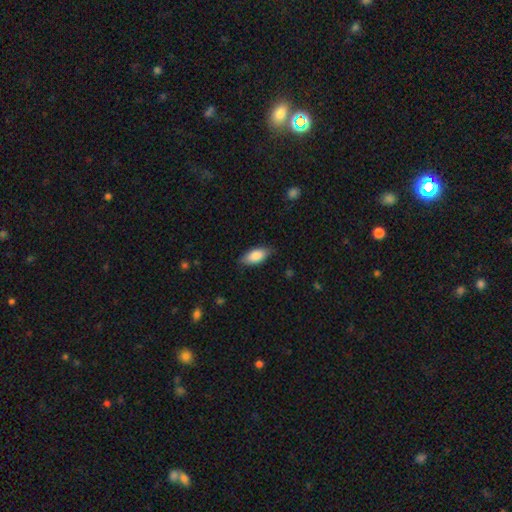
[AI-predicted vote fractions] smooth_or_featured: smooth (p=0.85) [alt: featured or disk p=0.09]
how_rounded: in between (p=0.89) [alt: cigar-shaped p=0.09]
merging: none (p=0.81) [alt: minor disturbance p=0.15]